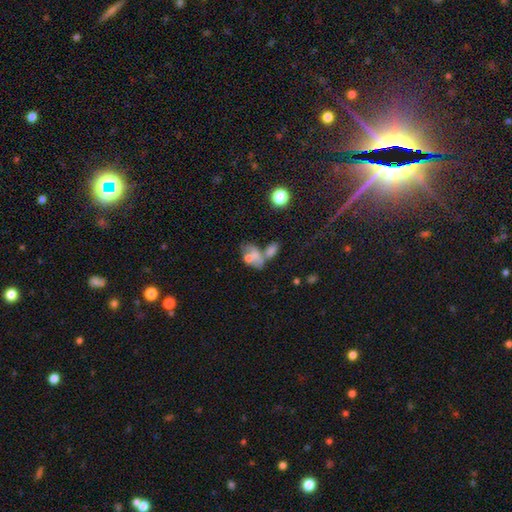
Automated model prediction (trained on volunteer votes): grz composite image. It shows a smooth galaxy with no disk features (56%) that is in between round and cigar-shaped (82%). Merging: merger (54%).